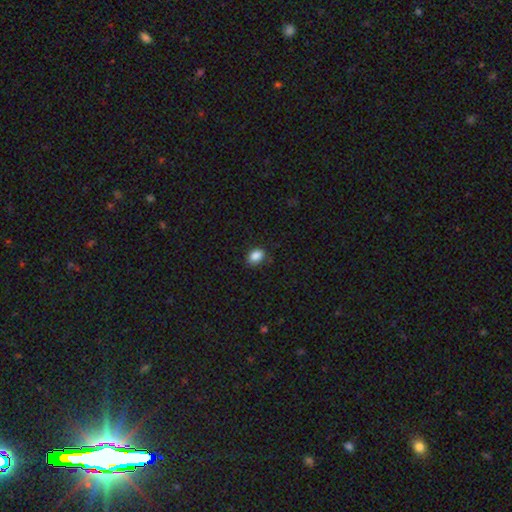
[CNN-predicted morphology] smooth_or_featured: smooth (p=0.87) [alt: star or artifact p=0.09]
how_rounded: in between (p=0.79) [alt: round p=0.19]
merging: none (p=0.79) [alt: minor disturbance p=0.17]